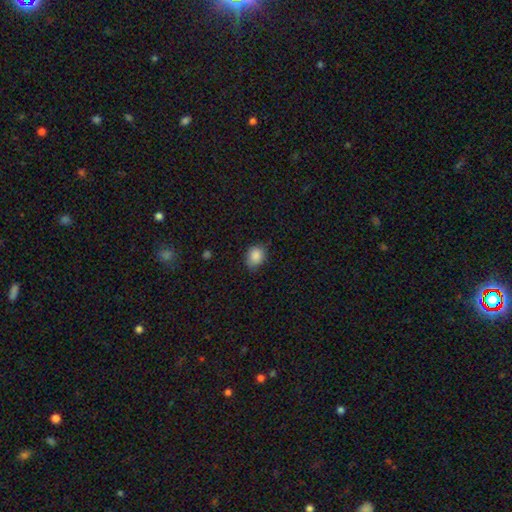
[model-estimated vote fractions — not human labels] A smooth galaxy with no disk features (87%) that is in between round and cigar-shaped (53%).

Vote fractions:
- Smooth or featured? smooth: 87% / star or artifact: 9% / featured or disk: 4%
- How rounded? in between: 53% / round: 46% / cigar-shaped: 1%
- Merging? none: 76% / minor disturbance: 19% / major disturbance: 3% / merger: 1%